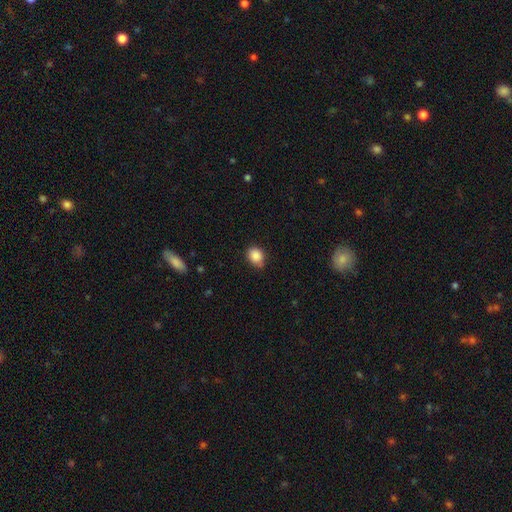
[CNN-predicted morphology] The model was most divided on "how rounded": round: 57%, in between: 42%, cigar-shaped: 1%. More confident: smooth or featured — smooth (87%); merging — none (66%).